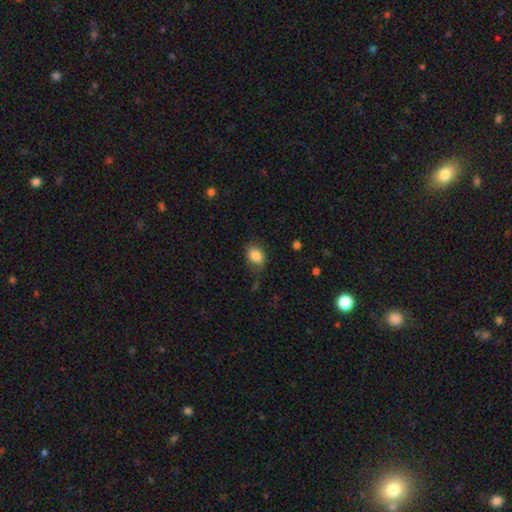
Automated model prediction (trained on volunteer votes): Smooth or featured? Predicted: smooth (p=0.84). How rounded? Predicted: in between (p=0.71). Merging? Predicted: none (p=0.69).